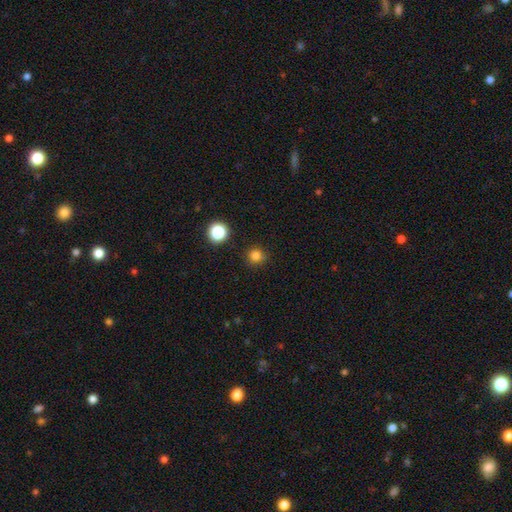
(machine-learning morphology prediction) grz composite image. It shows a smooth galaxy with no disk features (80%) that is round (93%). Merging: none (89%).